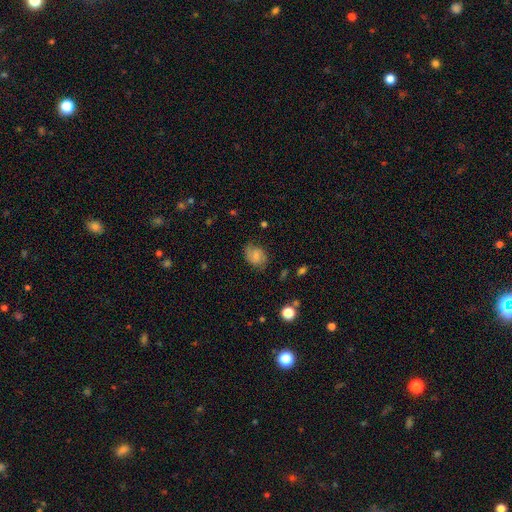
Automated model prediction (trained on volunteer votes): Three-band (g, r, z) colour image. It shows a smooth galaxy with no disk features (57%) that is in between round and cigar-shaped (62%). Merging: none (70%).